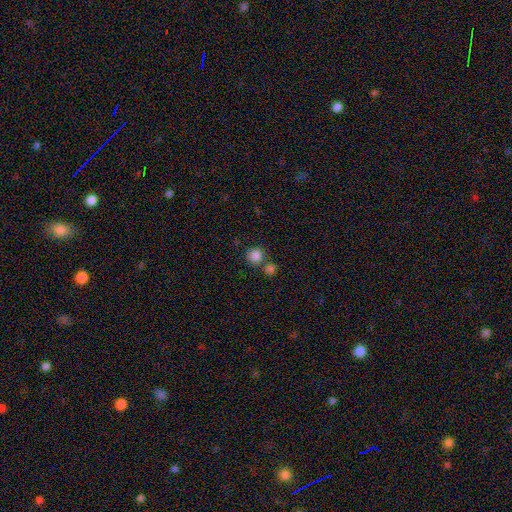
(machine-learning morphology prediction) Smooth or featured? Predicted: smooth (p=0.85). How rounded? Predicted: round (p=0.89). Merging? Predicted: none (p=0.61).